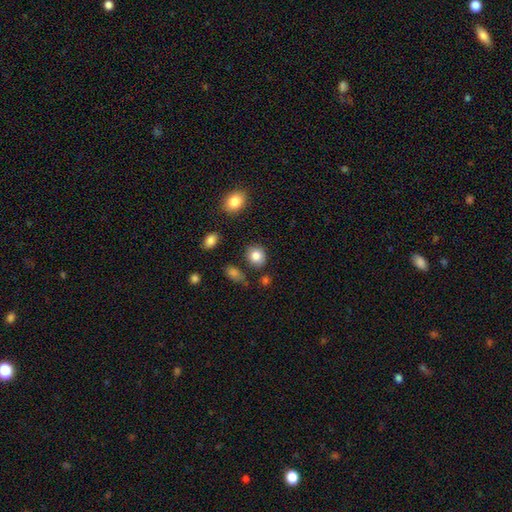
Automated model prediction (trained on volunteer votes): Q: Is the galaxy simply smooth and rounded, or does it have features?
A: smooth — 84%.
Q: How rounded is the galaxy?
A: round — 70%.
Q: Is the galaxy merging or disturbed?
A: none — 81%.